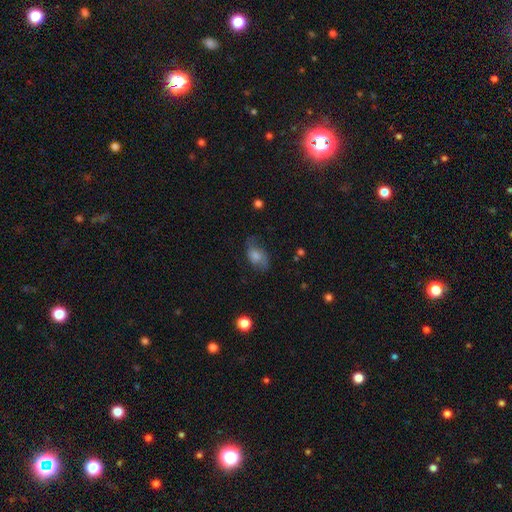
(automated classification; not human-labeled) smooth_or_featured: smooth (p=0.47) [alt: featured or disk p=0.40]
merging: none (p=0.64) [alt: minor disturbance p=0.23]